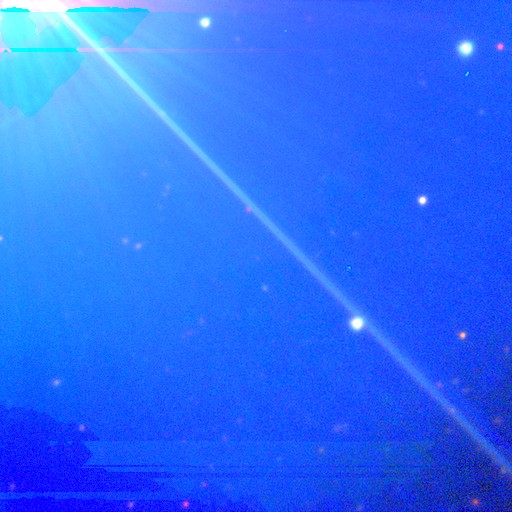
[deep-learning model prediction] This appears to be a star or artifact, not a galaxy (84%).